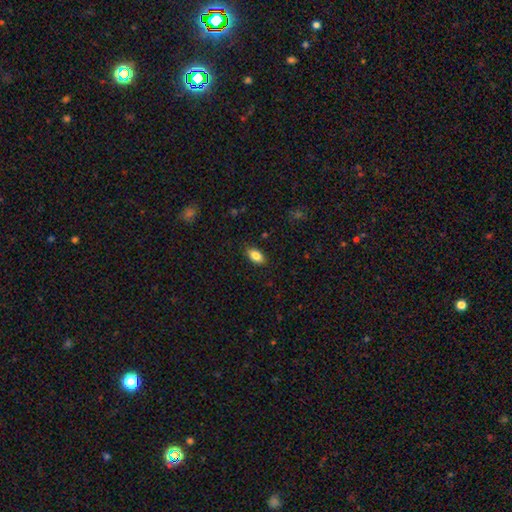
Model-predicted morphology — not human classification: The model was most divided on "smooth or featured": smooth: 83%, featured or disk: 9%, star or artifact: 8%. More confident: how rounded — in between (90%); merging — none (86%).